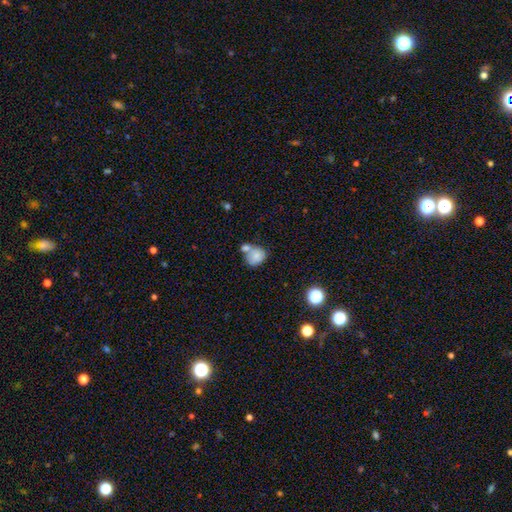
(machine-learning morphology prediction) This is likely a smooth galaxy (76%). How rounded: likely round (63%). Merging: possibly merger (48%).